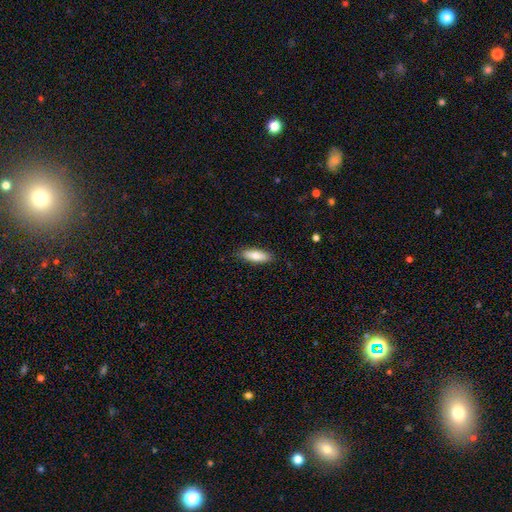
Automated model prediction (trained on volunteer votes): Smooth or featured? smooth (78%)
How rounded? in between (64%)
Merging? none (87%)